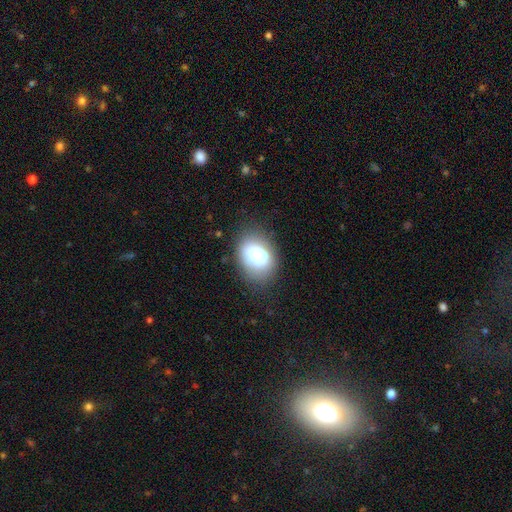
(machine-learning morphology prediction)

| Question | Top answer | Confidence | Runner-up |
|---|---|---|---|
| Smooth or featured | smooth | 74% | featured or disk (16%) |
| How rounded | in between | 70% | round (29%) |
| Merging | none | 60% | minor disturbance (23%) |